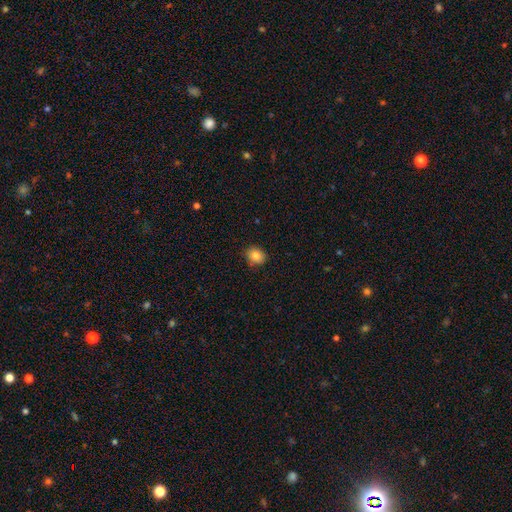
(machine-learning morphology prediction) Smooth or featured: smooth — 84% (star or artifact — 10%)
How rounded: round — 65% (in between — 34%)
Merging: none — 85% (minor disturbance — 12%)